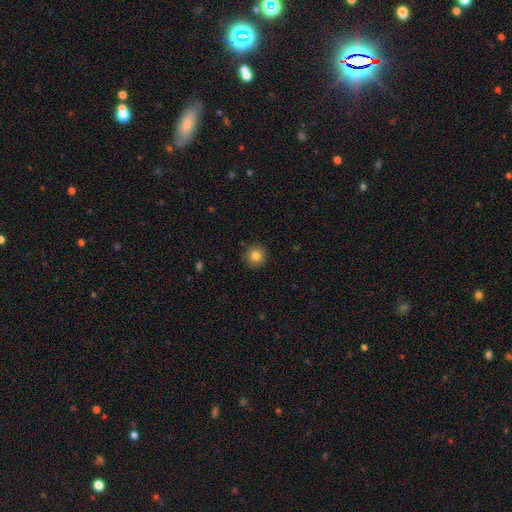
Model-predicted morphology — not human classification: A smooth galaxy with no disk features (82%) that is round (94%).

Vote fractions:
- Smooth or featured? smooth: 82% / star or artifact: 10% / featured or disk: 7%
- How rounded? round: 94% / in between: 5% / cigar-shaped: 1%
- Merging? none: 91% / minor disturbance: 7% / major disturbance: 2% / merger: 1%